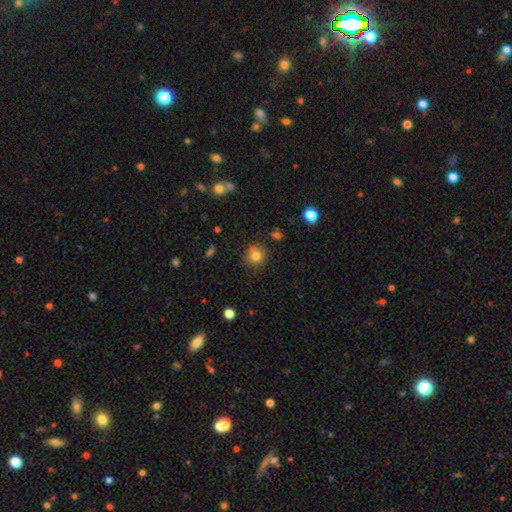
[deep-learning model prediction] Morphology: type=smooth (78%); roundness=round (86%); merging=none (73%).